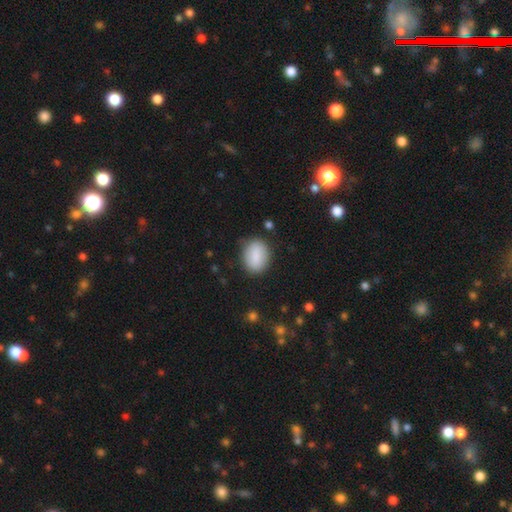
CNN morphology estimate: A smooth galaxy with no disk features (85%) that is in between round and cigar-shaped (72%). Merging: none (82%).